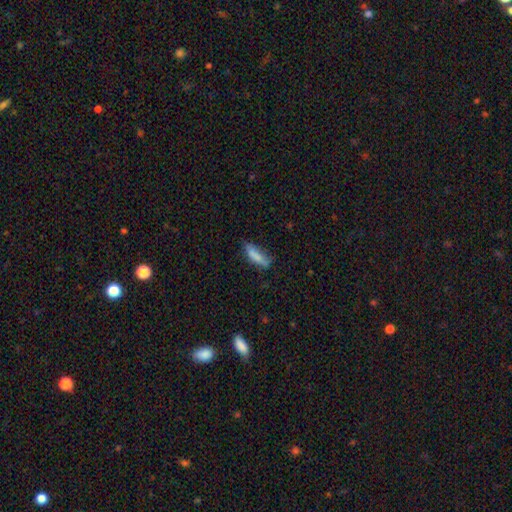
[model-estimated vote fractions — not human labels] Smooth or featured? Predicted: smooth (p=0.78). How rounded? Predicted: in between (p=0.50). Merging? Predicted: none (p=0.50).